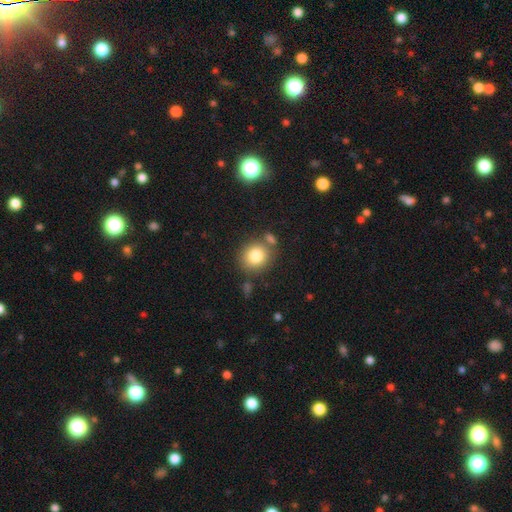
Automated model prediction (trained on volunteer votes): Morphology: type=smooth (81%); roundness=round (82%); merging=none (73%).